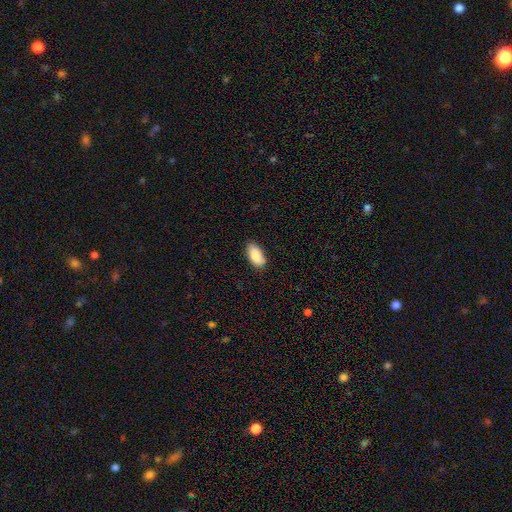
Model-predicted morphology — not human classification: smooth-or-featured: smooth: 88% | star or artifact: 6% | featured or disk: 6%
  how-rounded: in between: 93% | cigar-shaped: 5% | round: 2%
  merging: none: 84% | minor disturbance: 13% | major disturbance: 2% | merger: 1%